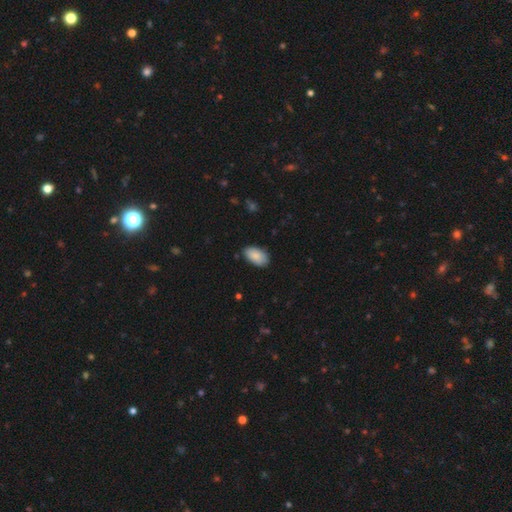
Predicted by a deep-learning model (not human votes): This appears to be a smooth galaxy with no disk features (86%) that is in between round and cigar-shaped (95%). Merging: none (78%).